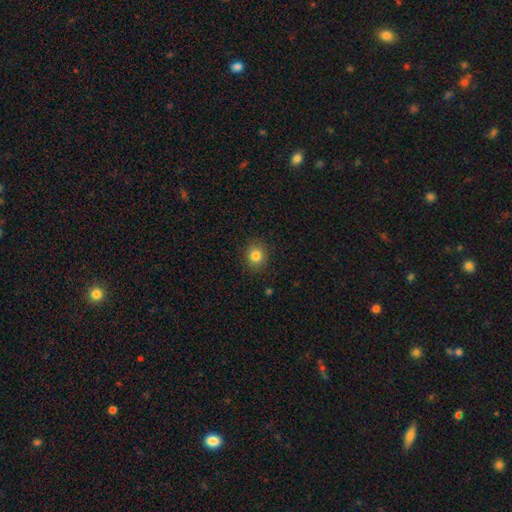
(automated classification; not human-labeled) smooth 83%, star or artifact 11%, featured or disk 6%. Down the decision tree: how rounded — round (81%); merging — none (88%).